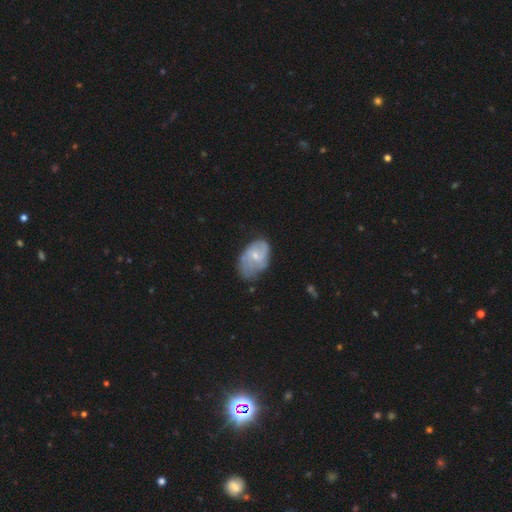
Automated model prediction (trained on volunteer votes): A featured or disk galaxy (60%) with no bar (51%), spiral arms (75%) and a small central bulge (62%). Merging: none (44%).